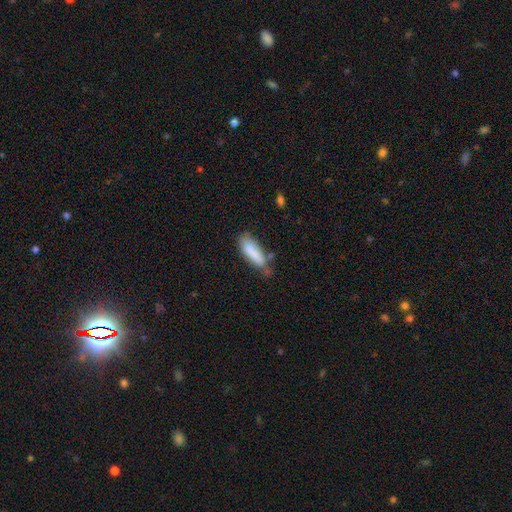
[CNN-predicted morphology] Smooth or featured: smooth — 83% (featured or disk — 11%)
How rounded: in between — 49% (tied with cigar-shaped — 49%)
Merging: none — 55% (minor disturbance — 29%)